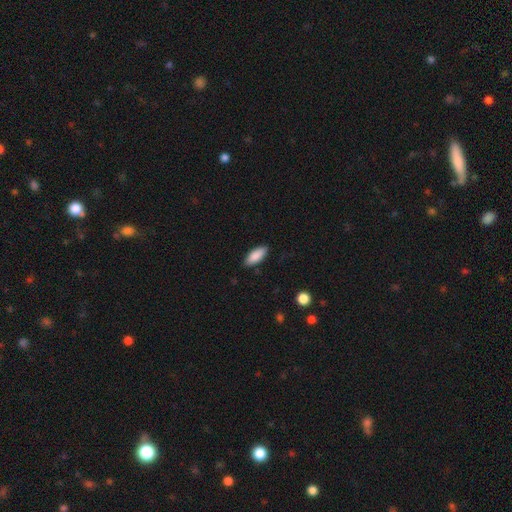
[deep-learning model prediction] Morphology: type=smooth (88%); roundness=in between (81%); merging=none (86%).